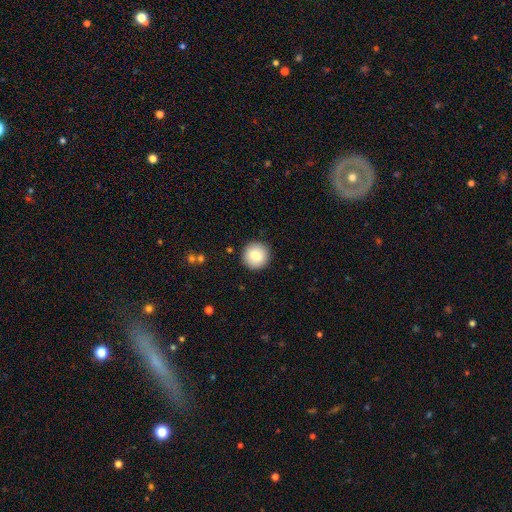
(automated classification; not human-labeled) Morphology: type=smooth (82%); roundness=round (95%); merging=none (92%).